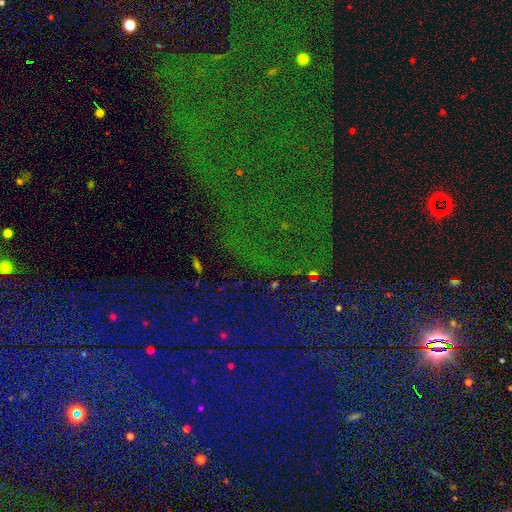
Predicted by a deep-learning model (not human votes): Smooth or featured?
  - star or artifact: 81% *
  - smooth: 10%
  - featured or disk: 9%